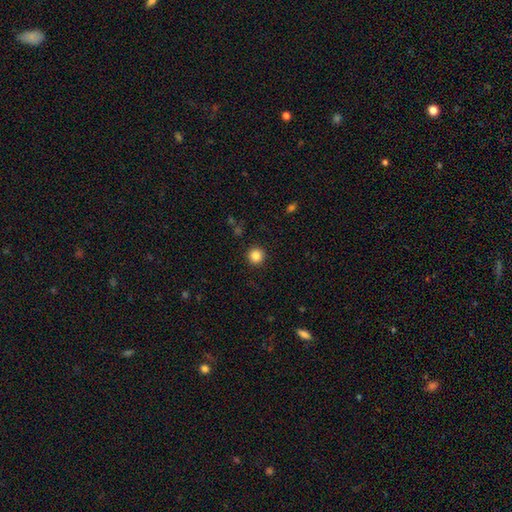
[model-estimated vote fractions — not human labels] Smooth or featured: smooth — 85% (star or artifact — 11%)
How rounded: round — 96% (in between — 3%)
Merging: none — 92% (minor disturbance — 5%)